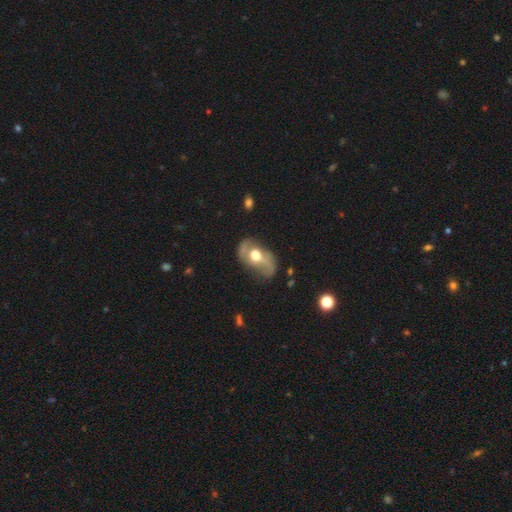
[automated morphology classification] A featured or disk galaxy (69%) with no bar (56%), spiral arms (66%) and a moderate central bulge (68%). Merging: none (63%).